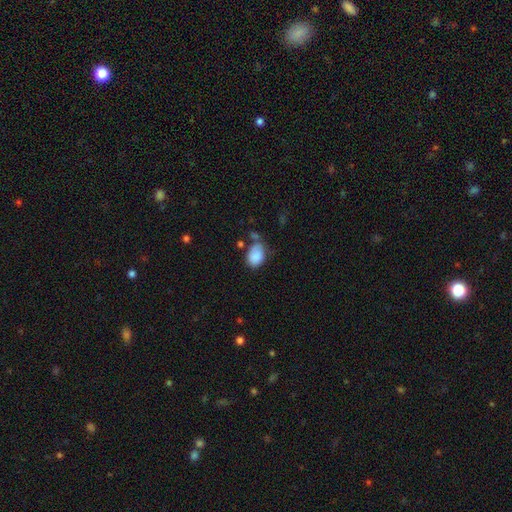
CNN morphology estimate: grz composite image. It shows a smooth galaxy with no disk features (85%) that is in between round and cigar-shaped (75%). Merging: none (48%).